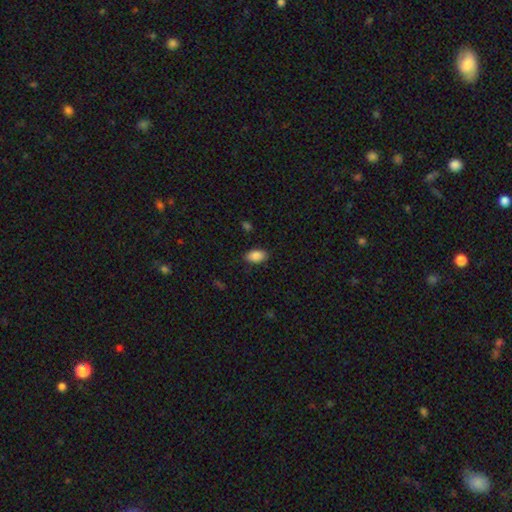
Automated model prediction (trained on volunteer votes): Smooth or featured?
  - smooth: 88% *
  - star or artifact: 8%
  - featured or disk: 4%
How rounded?
  - in between: 92% *
  - round: 6%
  - cigar-shaped: 2%
Merging?
  - none: 84% *
  - minor disturbance: 12%
  - major disturbance: 3%
  - merger: 1%